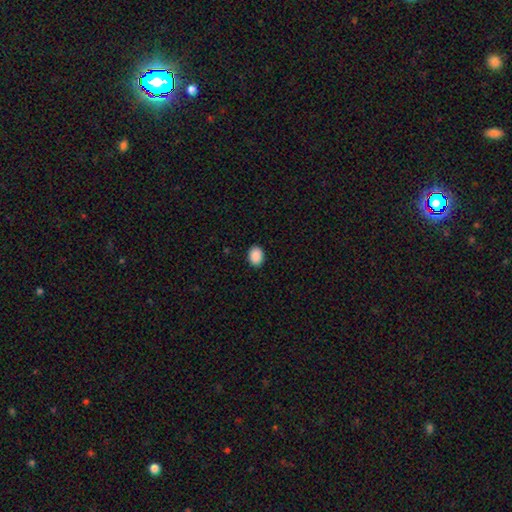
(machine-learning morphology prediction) A smooth galaxy with no disk features (90%) that is in between round and cigar-shaped (68%).

Vote fractions:
- Smooth or featured? smooth: 90% / star or artifact: 7% / featured or disk: 2%
- How rounded? in between: 68% / round: 31% / cigar-shaped: 1%
- Merging? none: 90% / minor disturbance: 7% / major disturbance: 2% / merger: 1%